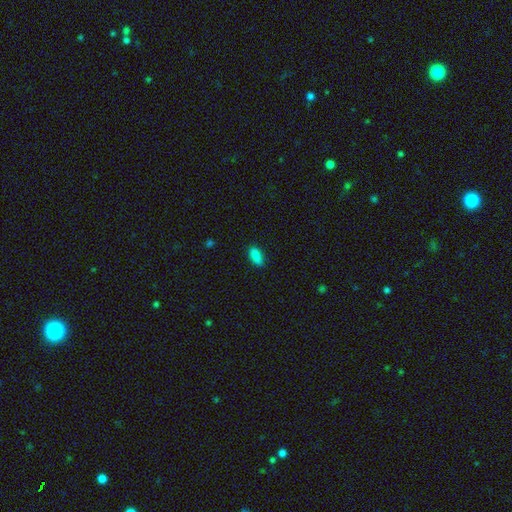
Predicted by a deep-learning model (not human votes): Overall: smooth (88%). How rounded: in between (84%). Merging: none (85%).